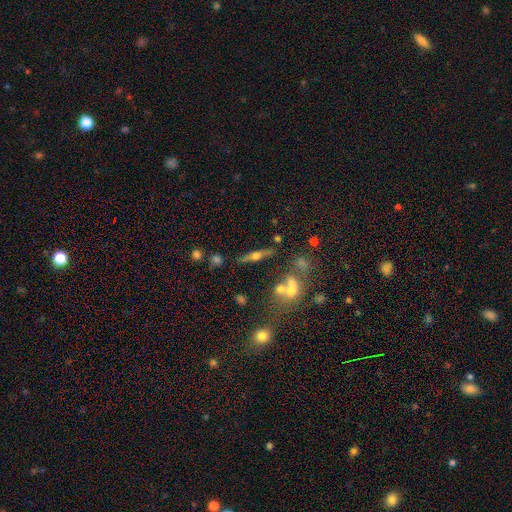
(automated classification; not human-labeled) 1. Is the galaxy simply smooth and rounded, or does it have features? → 63% featured or disk, 28% smooth, 9% star or artifact.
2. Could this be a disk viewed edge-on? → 92% yes, 8% no.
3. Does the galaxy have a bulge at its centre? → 92% rounded, 6% boxy, 2% none.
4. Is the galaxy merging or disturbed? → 74% none, 12% minor disturbance, 10% merger, 4% major disturbance.